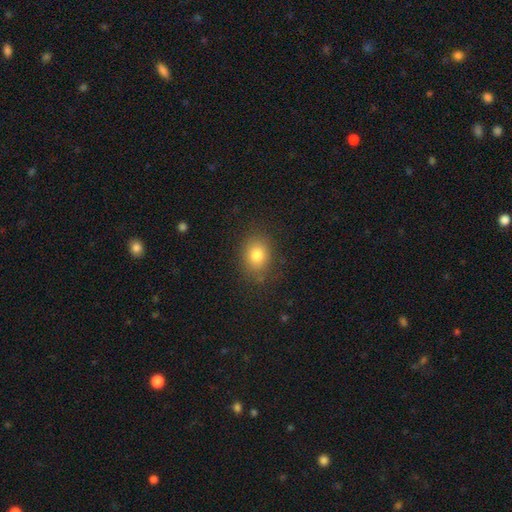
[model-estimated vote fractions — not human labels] Overall: smooth (79%). How rounded: in between (51%; round 48%). Merging: none (85%).